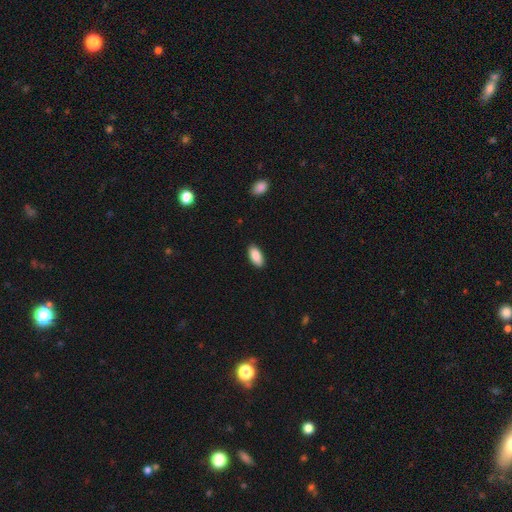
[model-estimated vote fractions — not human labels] smooth 89%, star or artifact 6%, featured or disk 5%. Down the decision tree: how rounded — in between (91%); merging — none (89%).